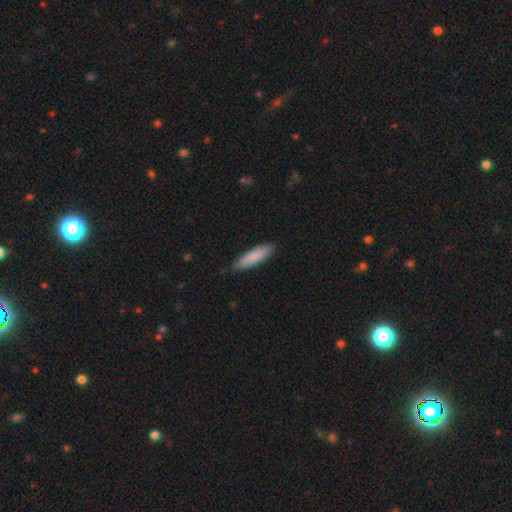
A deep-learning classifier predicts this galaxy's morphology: Smooth or featured: smooth — 85% (featured or disk — 9%)
How rounded: cigar-shaped — 70% (in between — 29%)
Merging: none — 86% (minor disturbance — 11%)